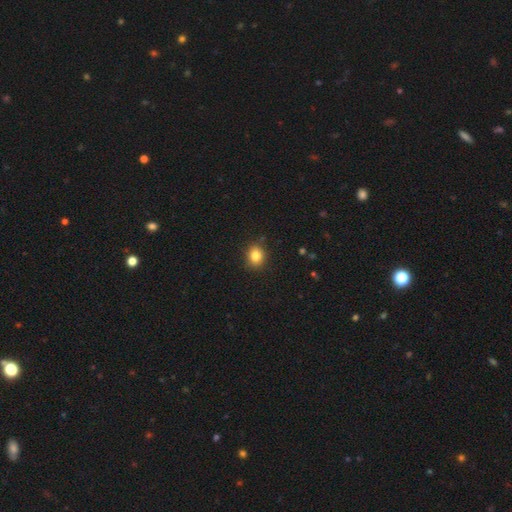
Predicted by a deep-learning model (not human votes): smooth-or-featured: smooth: 82% | star or artifact: 11% | featured or disk: 7%
  how-rounded: round: 66% | in between: 33% | cigar-shaped: 1%
  merging: none: 87% | minor disturbance: 10% | major disturbance: 2% | merger: 1%